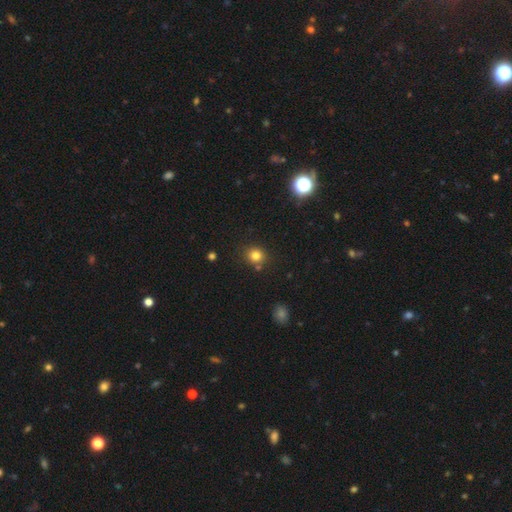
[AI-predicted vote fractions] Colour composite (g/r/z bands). It shows a smooth galaxy with no disk features (79%) that is round (84%). Merging: none (79%).